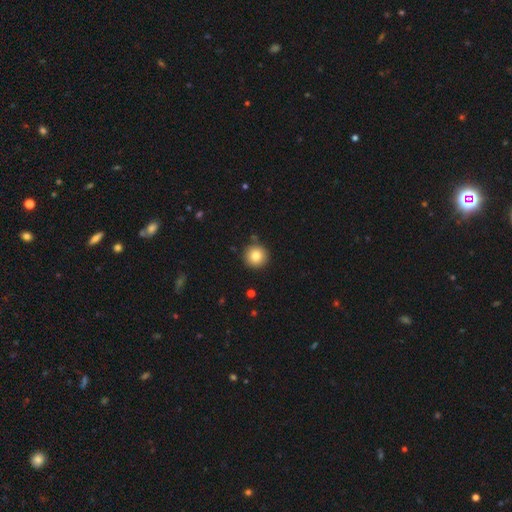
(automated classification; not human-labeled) smooth_or_featured: smooth (p=0.84) [alt: star or artifact p=0.09]
how_rounded: round (p=0.95) [alt: in between p=0.04]
merging: none (p=0.89) [alt: minor disturbance p=0.07]